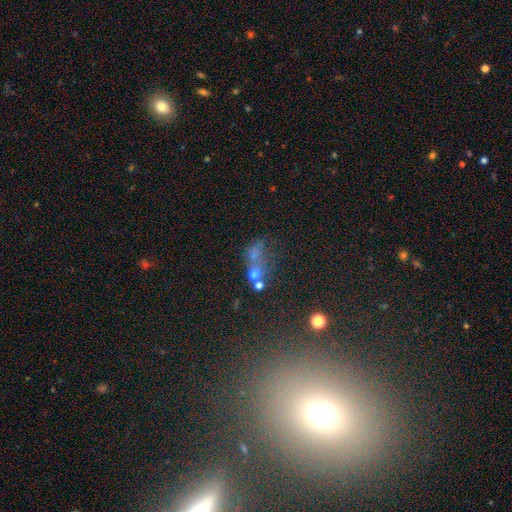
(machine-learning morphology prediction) The model was most divided on "merging": merger: 35%, none: 30%, major disturbance: 21%, minor disturbance: 13%. Remaining: smooth or featured — smooth (42%).